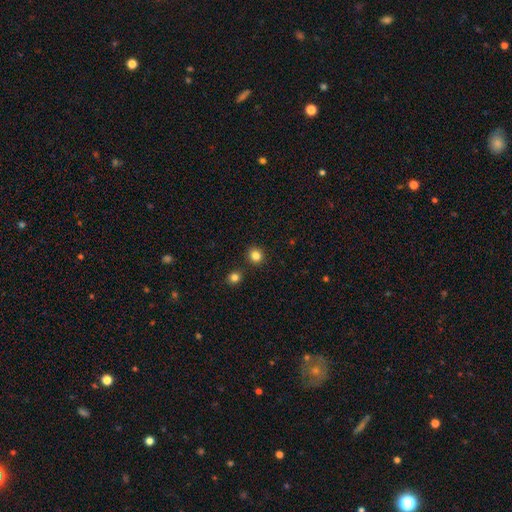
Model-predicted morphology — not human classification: Smooth or featured: smooth — 83% (star or artifact — 12%)
How rounded: round — 88% (in between — 11%)
Merging: none — 88% (minor disturbance — 6%)